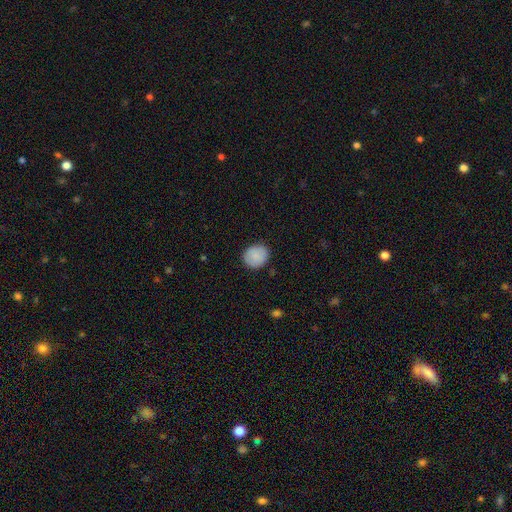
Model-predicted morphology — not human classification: Q: Smooth or featured?
A: smooth (87%); runner-up: star or artifact (7%)
Q: How rounded?
A: round (72%); runner-up: in between (27%)
Q: Merging?
A: none (86%); runner-up: minor disturbance (11%)